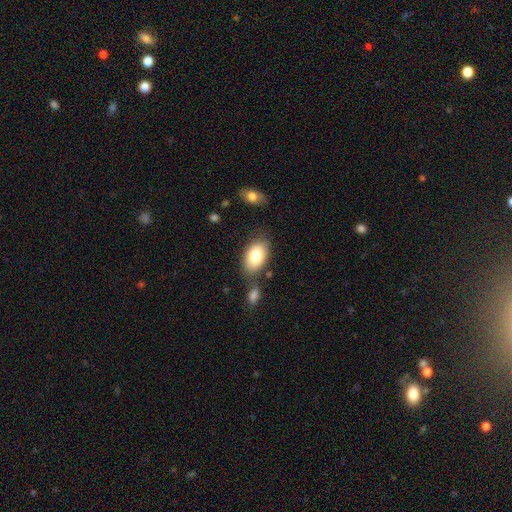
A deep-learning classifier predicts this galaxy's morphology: Smooth or featured? smooth (79%)
How rounded? in between (91%)
Merging? none (72%)